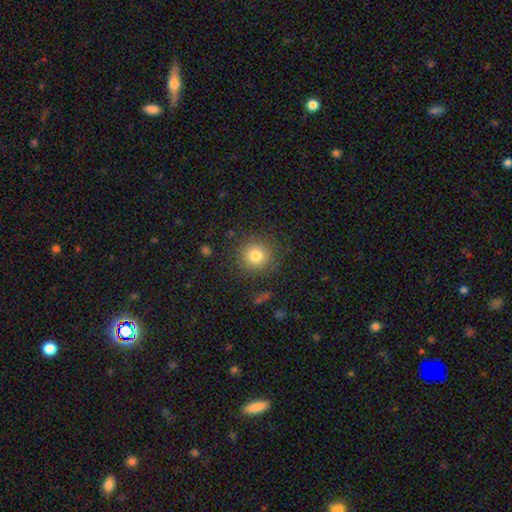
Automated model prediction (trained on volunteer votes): The model was most divided on "smooth or featured": smooth: 80%, star or artifact: 12%, featured or disk: 8%. More confident: how rounded — round (93%); merging — none (86%).